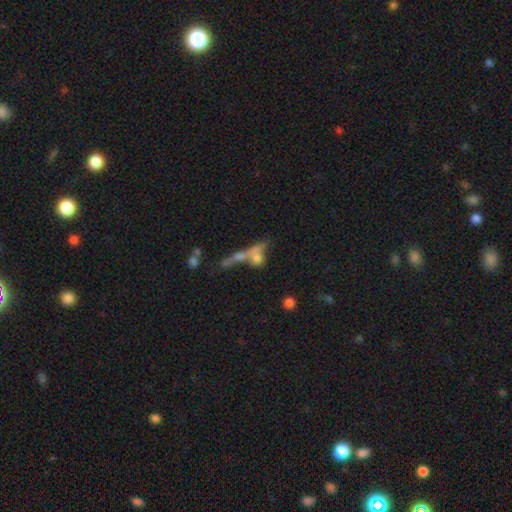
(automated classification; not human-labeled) A smooth galaxy with no disk features (50%) that is round (40%). Merging: merger (49%).